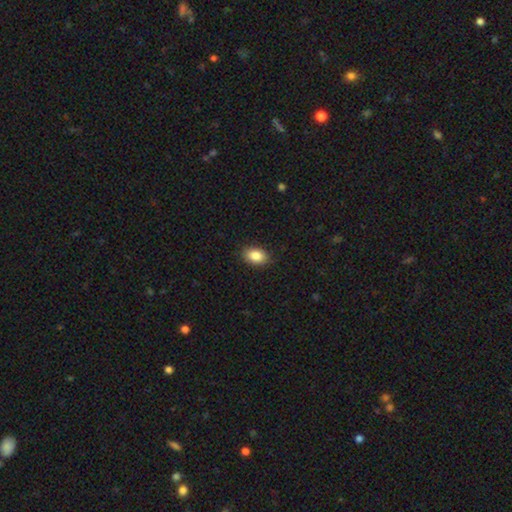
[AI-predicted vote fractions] A smooth galaxy with no disk features (87%) that is in between round and cigar-shaped (87%).

Vote fractions:
- Smooth or featured? smooth: 87% / star or artifact: 8% / featured or disk: 5%
- How rounded? in between: 87% / round: 12% / cigar-shaped: 1%
- Merging? none: 88% / minor disturbance: 9% / major disturbance: 2% / merger: 1%